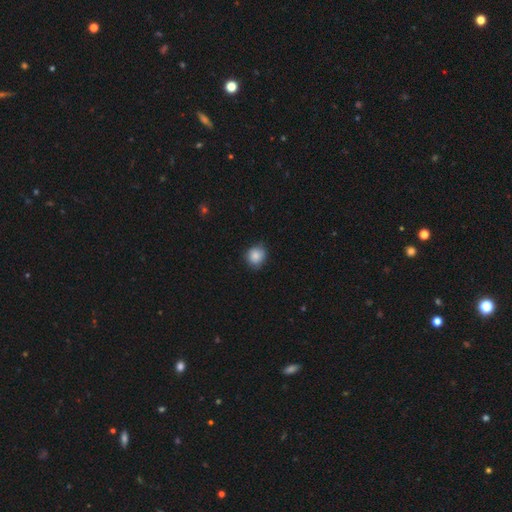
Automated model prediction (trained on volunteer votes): Smooth or featured: smooth — 85% (star or artifact — 9%)
How rounded: round — 86% (in between — 13%)
Merging: none — 77% (minor disturbance — 19%)